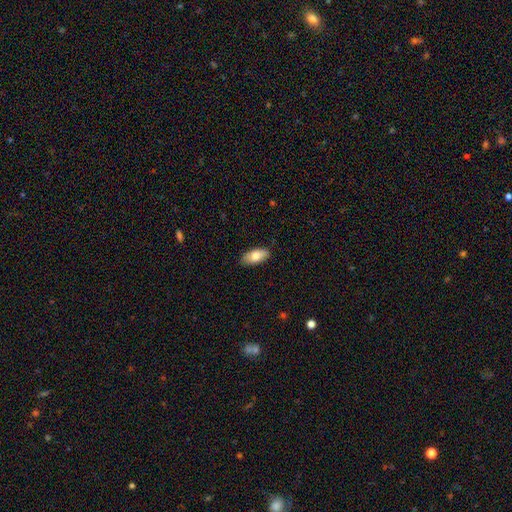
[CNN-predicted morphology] This is likely a smooth galaxy (78%). How rounded: clearly in between (88%). Merging: clearly none (86%).